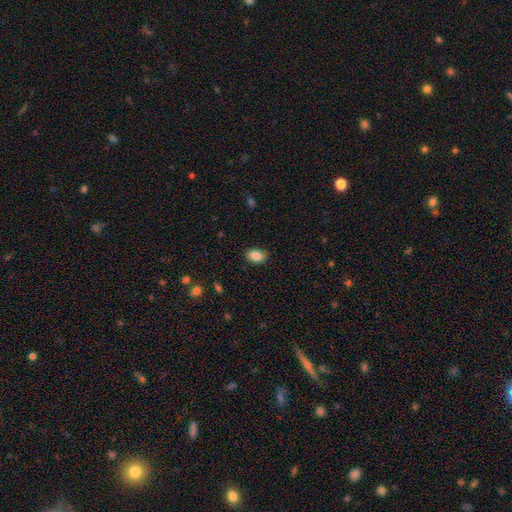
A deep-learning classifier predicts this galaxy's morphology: This appears to be a smooth galaxy with no disk features (87%) that is in between round and cigar-shaped (85%). Merging: none (86%).